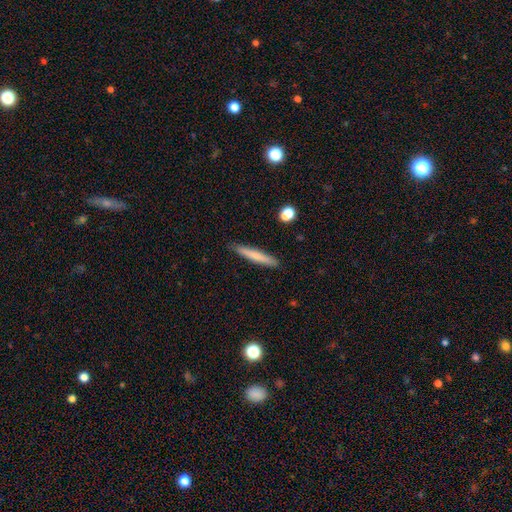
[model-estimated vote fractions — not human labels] The model was most divided on "smooth or featured": smooth: 71%, featured or disk: 22%, star or artifact: 7%. More confident: how rounded — cigar-shaped (94%); merging — none (88%).